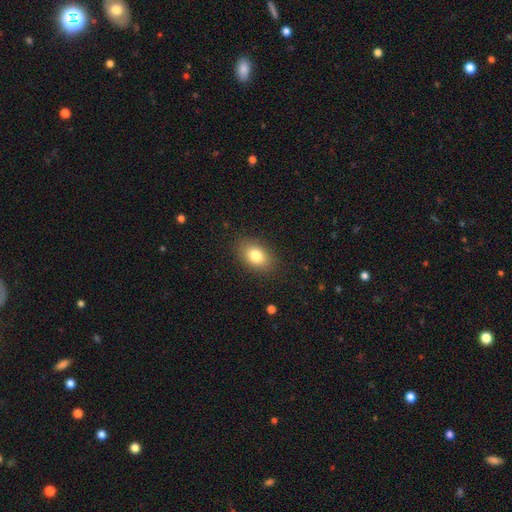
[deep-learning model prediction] This appears to be a smooth galaxy with no disk features (81%) that is in between round and cigar-shaped (84%). Merging: none (86%).